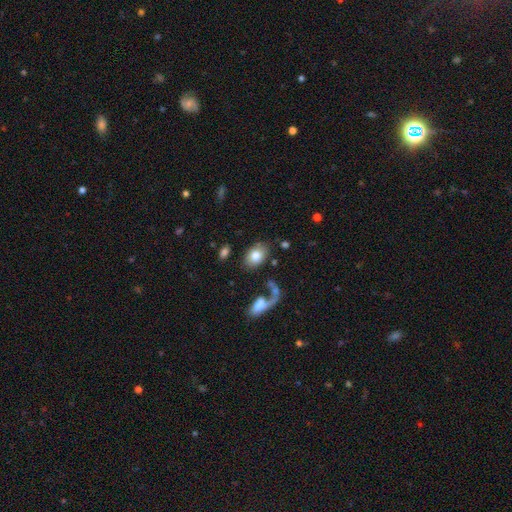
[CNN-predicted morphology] Smooth or featured? Predicted: smooth (p=0.77). How rounded? Predicted: in between (p=0.80). Merging? Predicted: none (p=0.75).